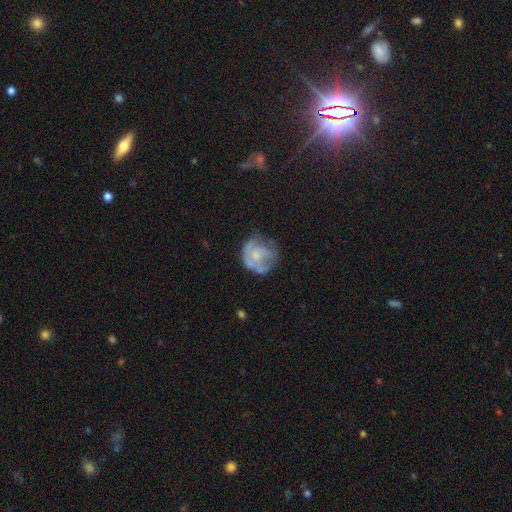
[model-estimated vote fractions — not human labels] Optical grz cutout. It shows a featured or disk galaxy (57%) with no bar (81%), spiral arms (51%) and a small central bulge (43%). Merging: none (50%).